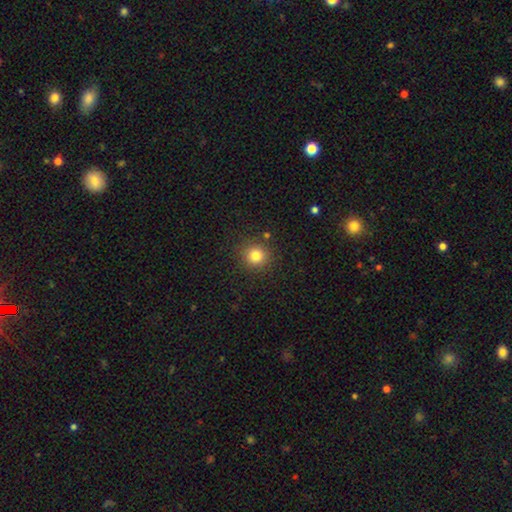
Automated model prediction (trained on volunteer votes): This appears to be a smooth galaxy with no disk features (81%) that is round (93%). Merging: none (88%).